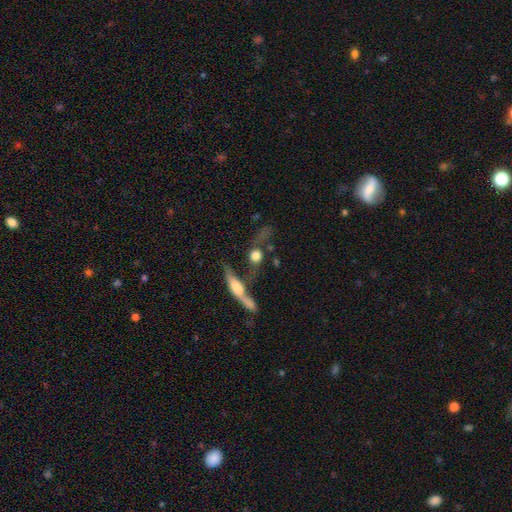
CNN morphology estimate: type=smooth (49%); merging=none (38%).